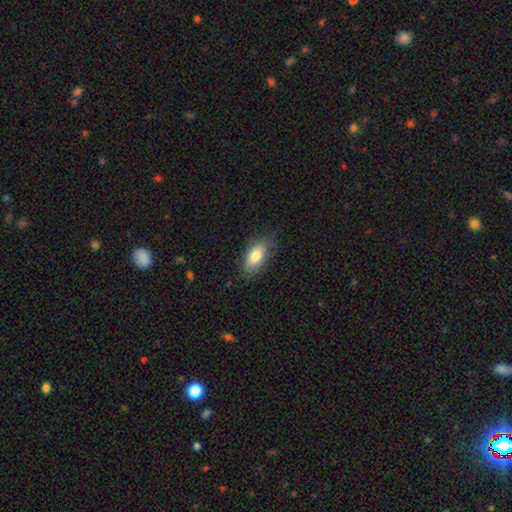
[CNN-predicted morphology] Smooth or featured? Predicted: smooth (p=0.80). How rounded? Predicted: in between (p=0.89). Merging? Predicted: none (p=0.79).